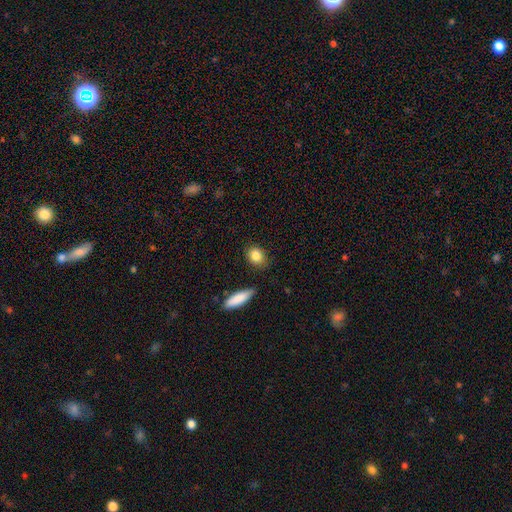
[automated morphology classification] This appears to be a smooth galaxy with no disk features (85%) that is in between round and cigar-shaped (58%). Merging: none (81%).